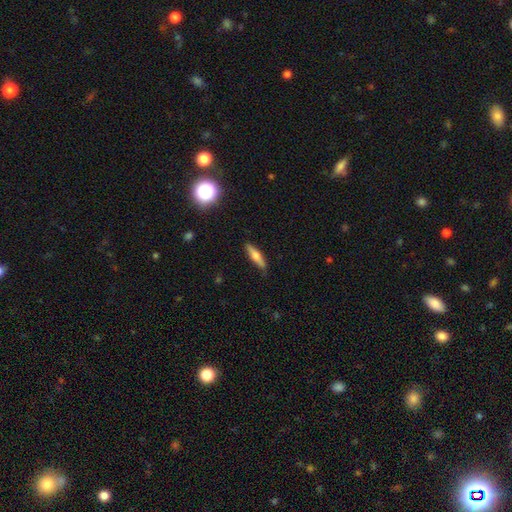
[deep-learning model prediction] Smooth or featured? smooth (56%)
How rounded? cigar-shaped (77%)
Merging? none (85%)